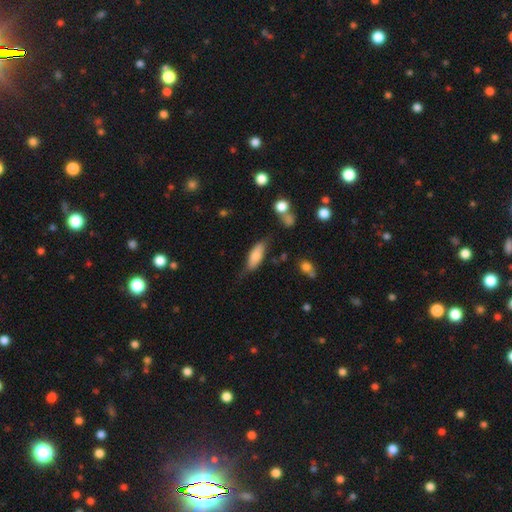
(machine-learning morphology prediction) A smooth galaxy with no disk features (72%) that is in between round and cigar-shaped (68%).

Vote fractions:
- Smooth or featured? smooth: 72% / featured or disk: 22% / star or artifact: 6%
- How rounded? in between: 68% / cigar-shaped: 30% / round: 2%
- Merging? none: 66% / minor disturbance: 24% / major disturbance: 6% / merger: 4%